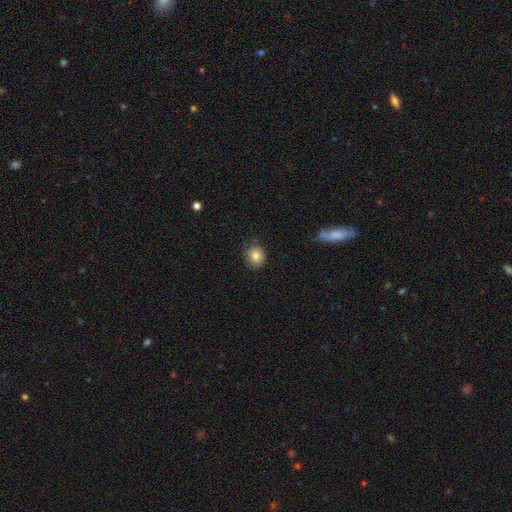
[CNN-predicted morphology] A smooth galaxy with no disk features (84%) that is round (78%). Merging: none (80%).